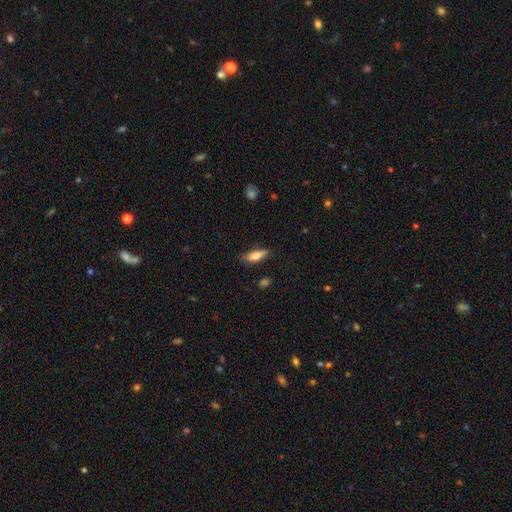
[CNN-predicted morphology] Smooth or featured: smooth — 73% (featured or disk — 20%)
How rounded: in between — 60% (cigar-shaped — 37%)
Merging: none — 79% (minor disturbance — 16%)